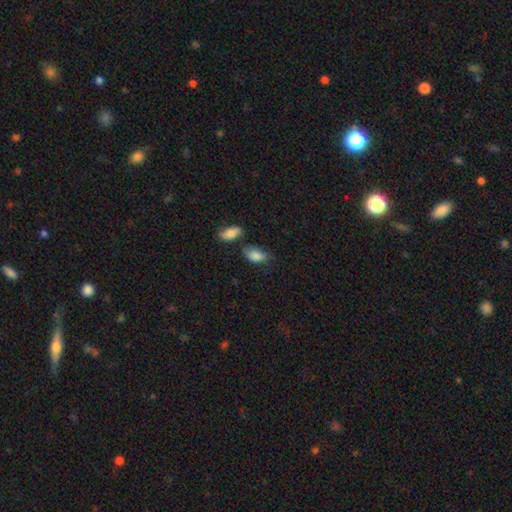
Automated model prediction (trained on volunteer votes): This is clearly a smooth galaxy (86%). How rounded: clearly in between (91%). Merging: likely none (61%).